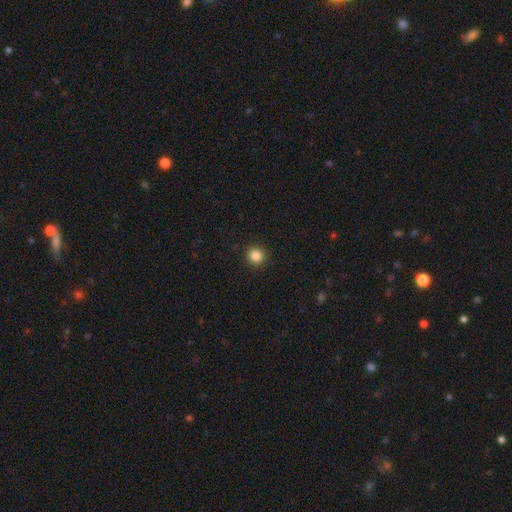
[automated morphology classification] A smooth galaxy with no disk features (85%) that is round (93%).

Vote fractions:
- Smooth or featured? smooth: 85% / star or artifact: 11% / featured or disk: 4%
- How rounded? round: 93% / in between: 6% / cigar-shaped: 1%
- Merging? none: 92% / minor disturbance: 5% / major disturbance: 2% / merger: 1%